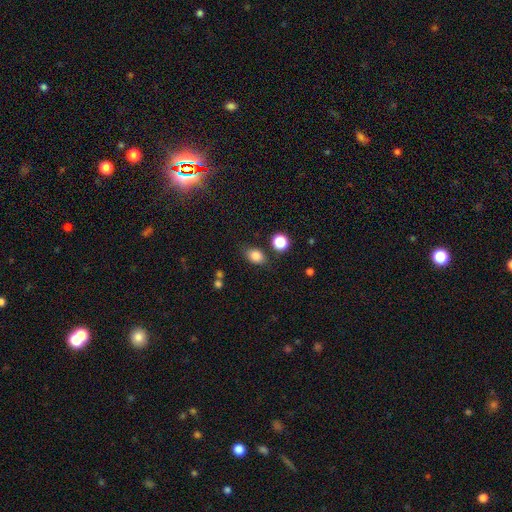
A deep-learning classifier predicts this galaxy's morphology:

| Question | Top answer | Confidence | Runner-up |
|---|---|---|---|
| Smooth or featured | smooth | 84% | star or artifact (10%) |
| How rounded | in between | 72% | round (26%) |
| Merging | none | 77% | minor disturbance (14%) |